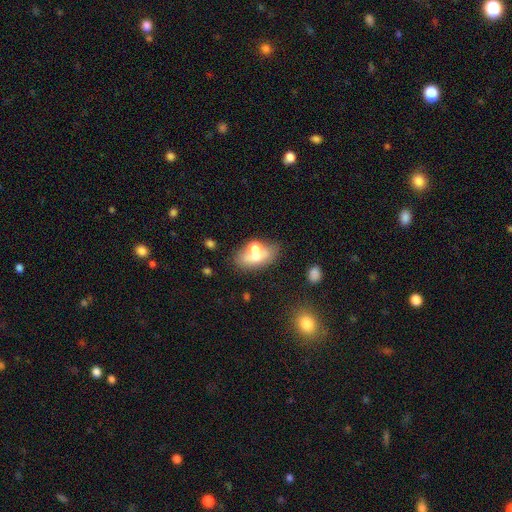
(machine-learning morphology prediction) This is possibly a smooth galaxy (57%). How rounded: clearly in between (82%). Merging: possibly none (45%).